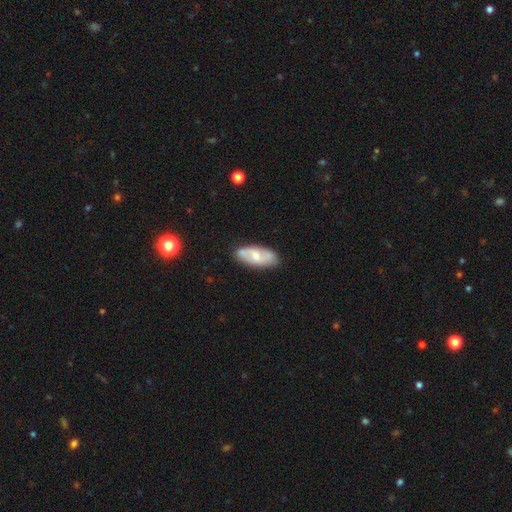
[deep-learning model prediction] A smooth galaxy with no disk features (49%).

Vote fractions:
- Smooth or featured? smooth: 49% / featured or disk: 45% / star or artifact: 6%
- Merging? none: 75% / minor disturbance: 18% / major disturbance: 4% / merger: 3%